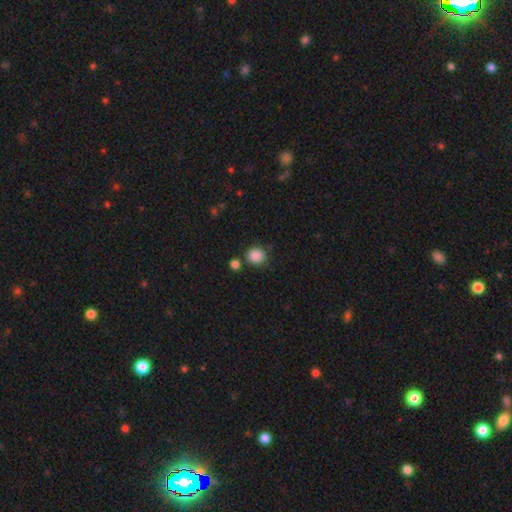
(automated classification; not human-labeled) Smooth or featured? Predicted: smooth (p=0.87). How rounded? Predicted: round (p=0.87). Merging? Predicted: none (p=0.77).